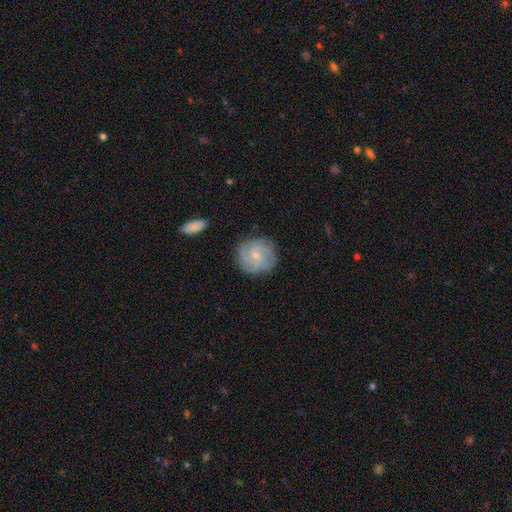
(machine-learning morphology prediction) Smooth or featured: featured or disk — 63% (smooth — 30%)
Edge-on disk: no — 97% (yes — 3%)
Bar: no — 56% (weak — 39%)
Spiral arms: yes — 89% (no — 11%)
Spiral winding: tight — 52% (medium — 36%)
Spiral arm count: can't tell — 33% (3 — 25%)
Bulge size: small — 65% (moderate — 29%)
Merging: none — 81% (minor disturbance — 14%)